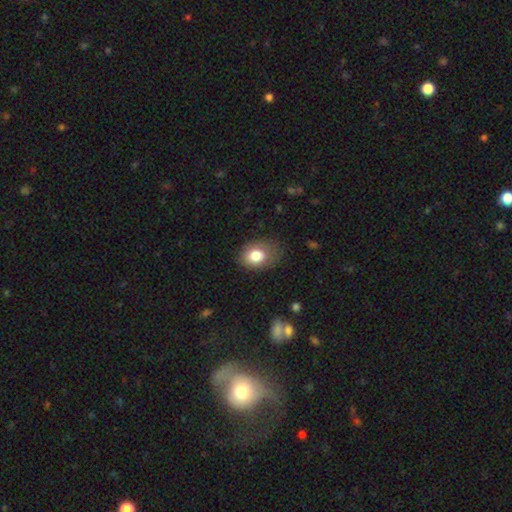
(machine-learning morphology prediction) Q: Smooth or featured?
A: smooth (79%); runner-up: featured or disk (12%)
Q: How rounded?
A: in between (69%); runner-up: round (30%)
Q: Merging?
A: none (70%); runner-up: minor disturbance (21%)